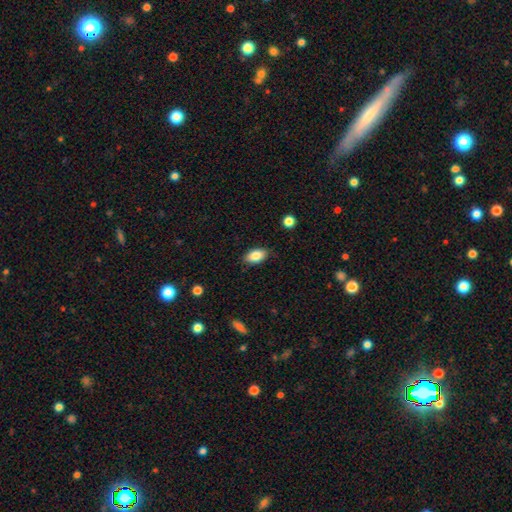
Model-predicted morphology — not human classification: Q: Smooth or featured?
A: smooth (85%); runner-up: star or artifact (8%)
Q: How rounded?
A: in between (91%); runner-up: round (6%)
Q: Merging?
A: none (85%); runner-up: minor disturbance (12%)